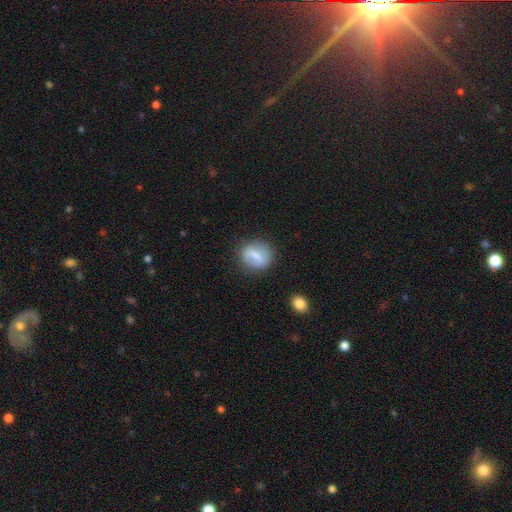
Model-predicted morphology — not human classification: This is possibly a smooth galaxy (60%). How rounded: likely round (65%). Merging: likely none (76%).